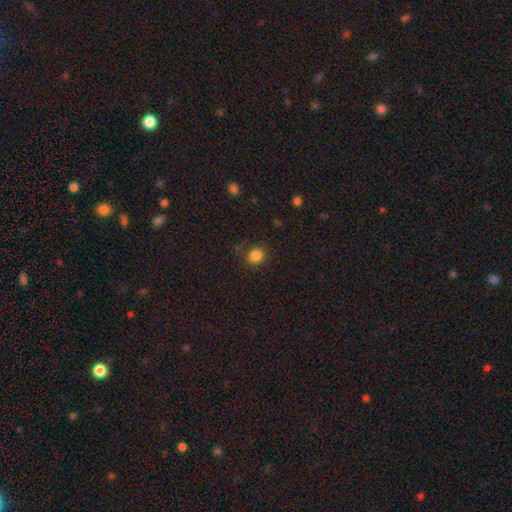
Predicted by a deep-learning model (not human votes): smooth-or-featured: smooth: 84% | star or artifact: 12% | featured or disk: 4%
  how-rounded: round: 82% | in between: 17% | cigar-shaped: 1%
  merging: none: 82% | minor disturbance: 11% | major disturbance: 4% | merger: 2%